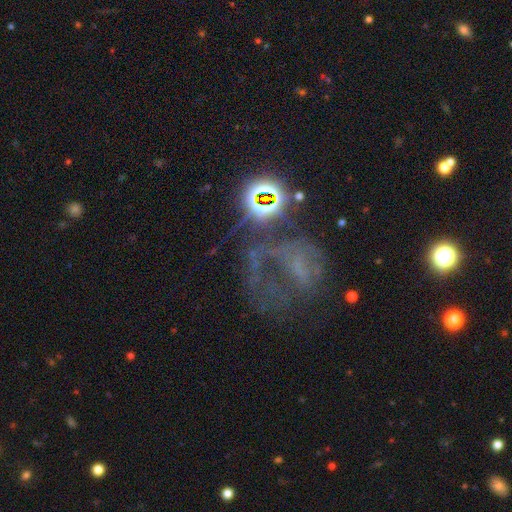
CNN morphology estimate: featured or disk 42%, star or artifact 39%, smooth 19%. Down the decision tree: merging — major disturbance (44%).